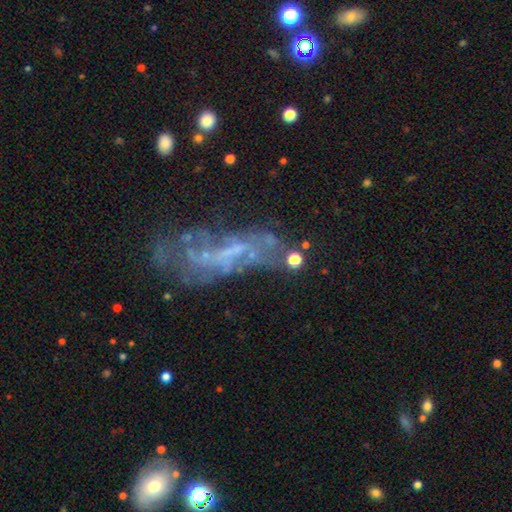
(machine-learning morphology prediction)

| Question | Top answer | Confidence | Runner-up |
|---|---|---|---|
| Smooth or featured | featured or disk | 64% | smooth (20%) |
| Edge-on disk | no | 90% | yes (10%) |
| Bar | no | 62% | weak (23%) |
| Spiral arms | no | 72% | yes (28%) |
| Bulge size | none | 66% | small (21%) |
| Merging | none | 38% | major disturbance (30%) |